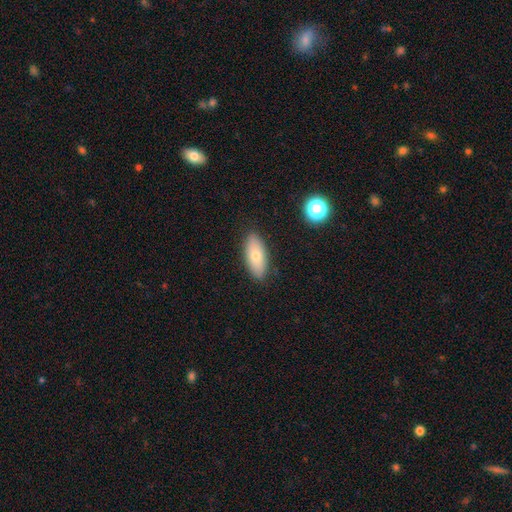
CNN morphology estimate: smooth 72%, featured or disk 21%, star or artifact 7%. Down the decision tree: how rounded — in between (84%); merging — none (87%).